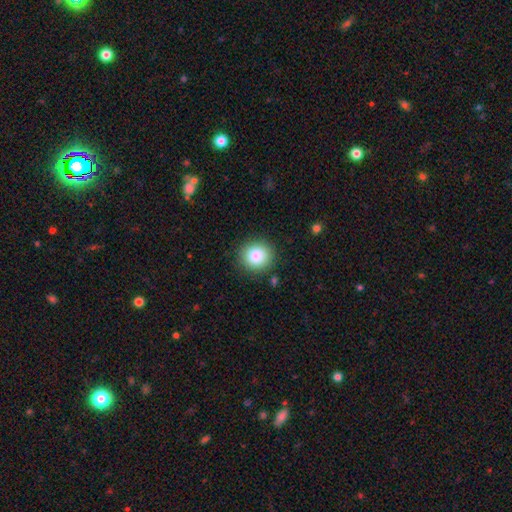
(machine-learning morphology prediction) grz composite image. It shows a smooth galaxy with no disk features (83%) that is round (88%). Merging: none (88%).